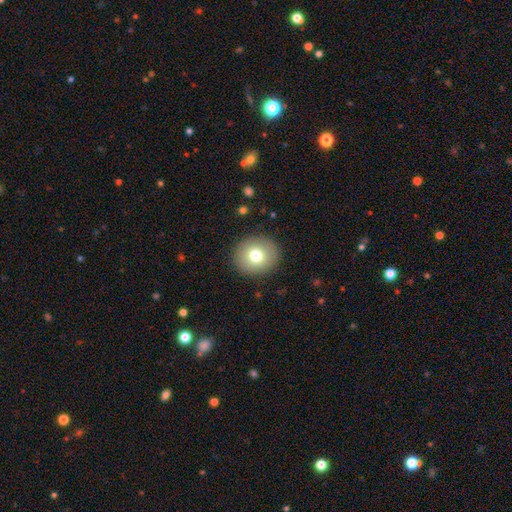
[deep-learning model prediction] smooth-or-featured: smooth: 75% | featured or disk: 15% | star or artifact: 10%
  how-rounded: round: 89% | in between: 10% | cigar-shaped: 1%
  merging: none: 90% | minor disturbance: 6% | major disturbance: 2% | merger: 1%